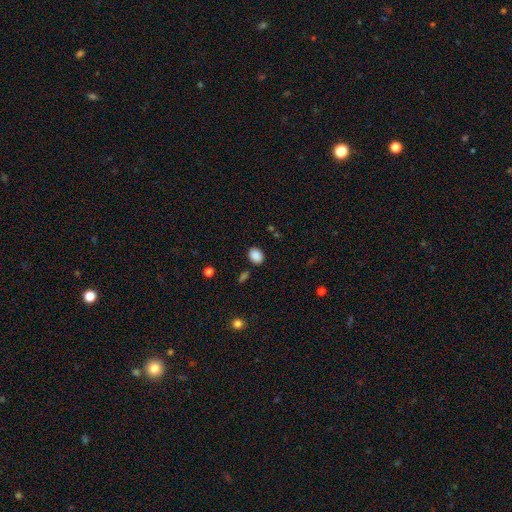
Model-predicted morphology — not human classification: Smooth or featured?
  - smooth: 87% *
  - star or artifact: 9%
  - featured or disk: 3%
How rounded?
  - in between: 61% *
  - round: 38%
  - cigar-shaped: 1%
Merging?
  - none: 83% *
  - minor disturbance: 10%
  - merger: 3%
  - major disturbance: 3%